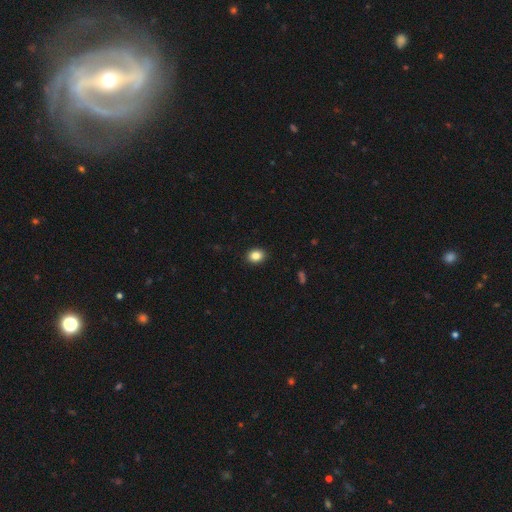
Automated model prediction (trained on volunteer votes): smooth-or-featured: smooth: 86% | star or artifact: 9% | featured or disk: 5%
  how-rounded: in between: 50% | round: 49% | cigar-shaped: 1%
  merging: none: 91% | minor disturbance: 6% | major disturbance: 2% | merger: 1%